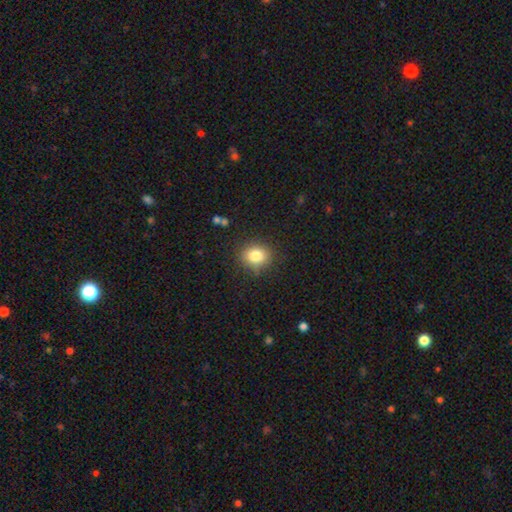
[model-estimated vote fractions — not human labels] This is clearly a smooth galaxy (82%). How rounded: likely round (71%). Merging: clearly none (83%).